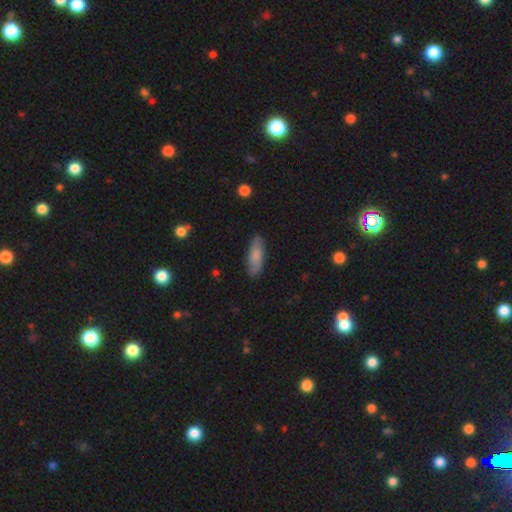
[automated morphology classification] smooth 75%, featured or disk 19%, star or artifact 6%. Down the decision tree: how rounded — in between (56%); merging — none (84%).